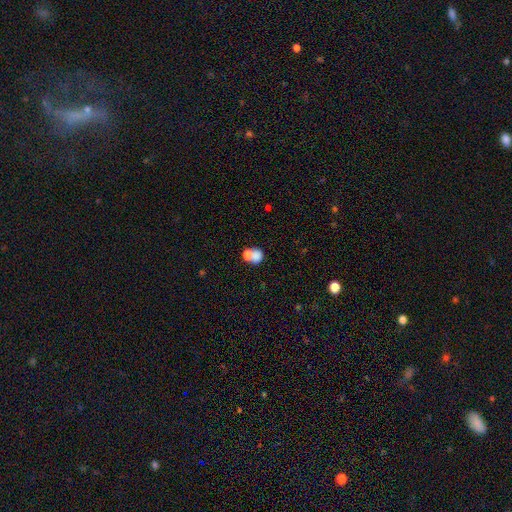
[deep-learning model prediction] Smooth or featured?
  - smooth: 74% *
  - featured or disk: 14%
  - star or artifact: 12%
How rounded?
  - round: 68% *
  - in between: 31%
  - cigar-shaped: 1%
Merging?
  - merger: 46% *
  - none: 37%
  - minor disturbance: 10%
  - major disturbance: 7%